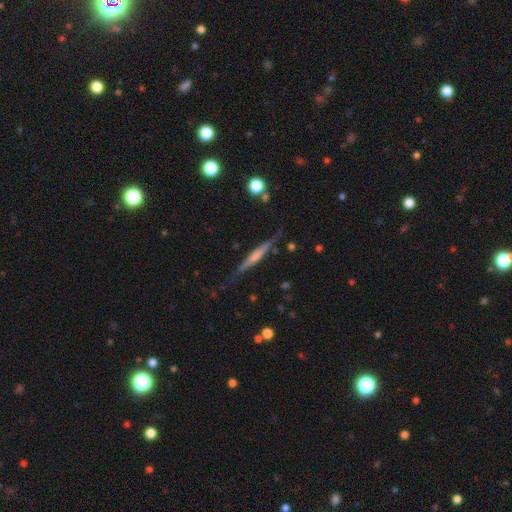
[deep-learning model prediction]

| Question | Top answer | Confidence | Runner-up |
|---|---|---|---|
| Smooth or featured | featured or disk | 69% | smooth (25%) |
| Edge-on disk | yes | 97% | no (3%) |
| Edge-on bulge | rounded | 46% | none (32%) |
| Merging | none | 82% | minor disturbance (13%) |